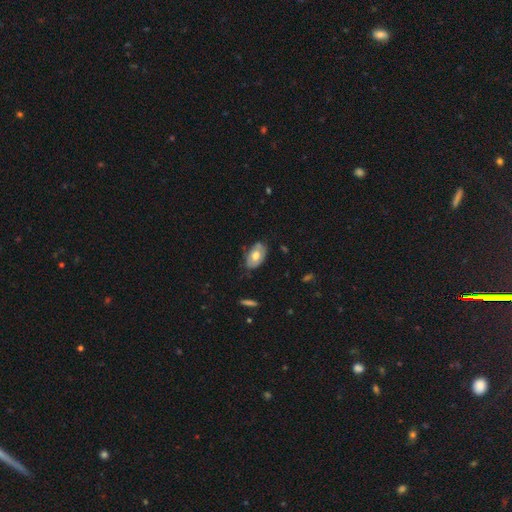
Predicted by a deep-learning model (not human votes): This is possibly a smooth galaxy (57%). How rounded: clearly in between (90%). Merging: likely none (72%).